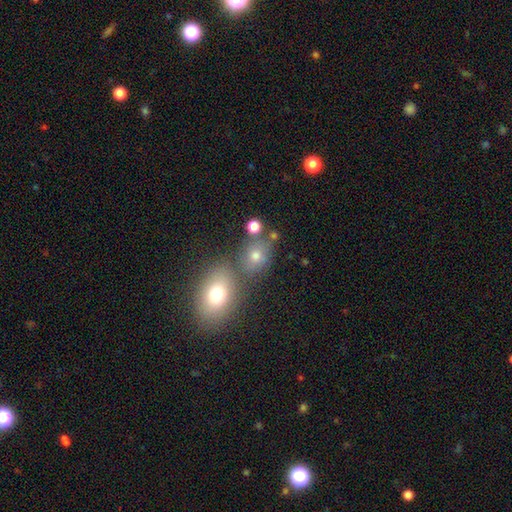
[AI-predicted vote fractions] The model was most divided on "how rounded": round: 51%, in between: 47%, cigar-shaped: 2%. More confident: smooth or featured — smooth (68%); merging — none (58%).